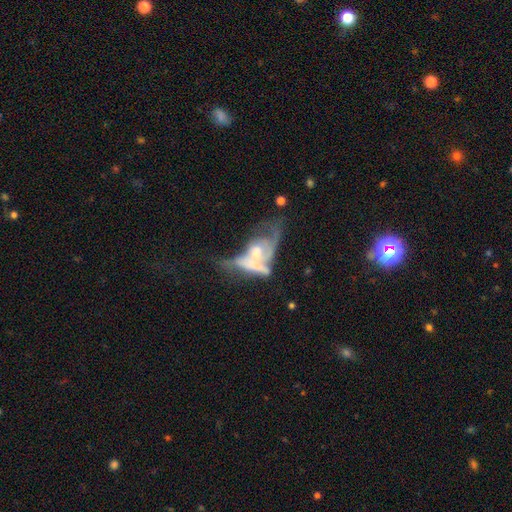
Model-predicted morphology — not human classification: type=featured or disk (60%); edge-on=no (76%); merging=merger (63%).